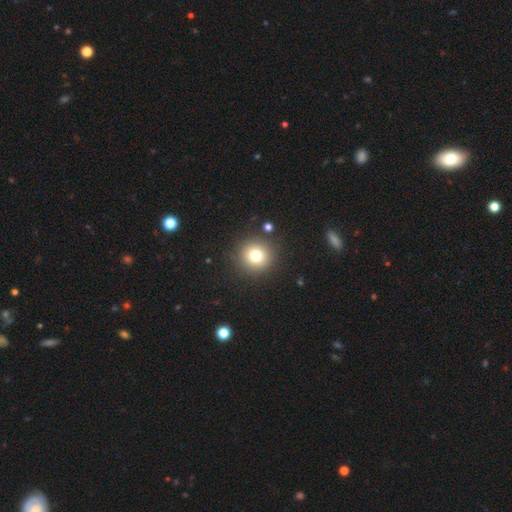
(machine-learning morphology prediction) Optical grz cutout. It shows a smooth galaxy with no disk features (77%) that is round (93%). Merging: none (88%).